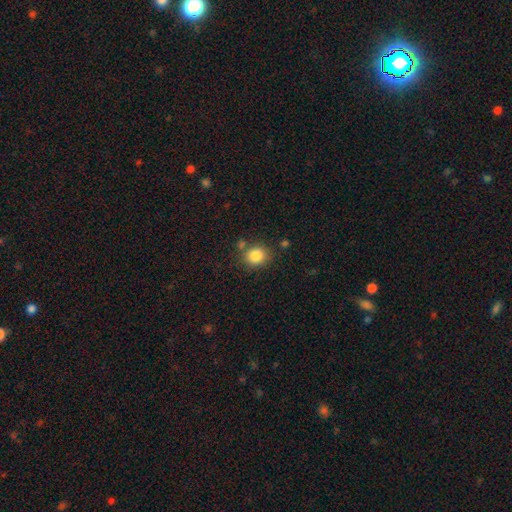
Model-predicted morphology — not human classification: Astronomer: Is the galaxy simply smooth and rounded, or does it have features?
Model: smooth — 85%.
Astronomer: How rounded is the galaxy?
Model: round — 74%.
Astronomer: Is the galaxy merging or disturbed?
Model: none — 75%.